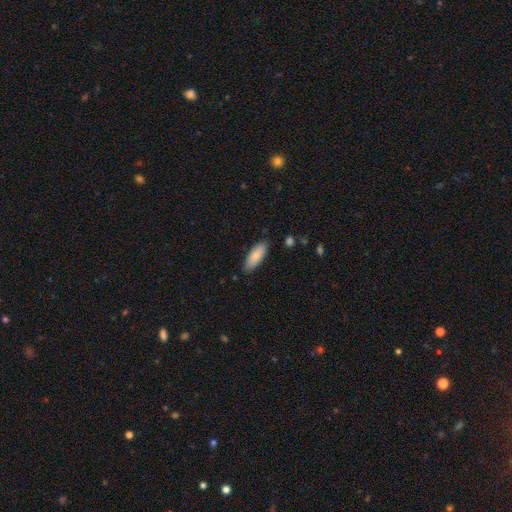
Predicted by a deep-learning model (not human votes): Smooth or featured?
  - smooth: 85% *
  - featured or disk: 10%
  - star or artifact: 6%
How rounded?
  - in between: 72% *
  - cigar-shaped: 26%
  - round: 2%
Merging?
  - none: 86% *
  - minor disturbance: 10%
  - major disturbance: 2%
  - merger: 1%